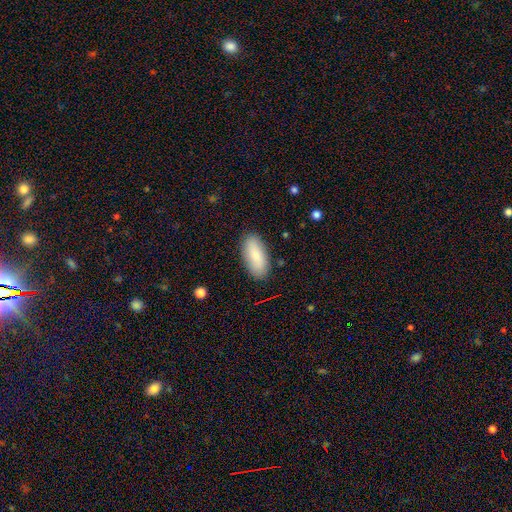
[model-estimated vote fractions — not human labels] Morphology: type=smooth (82%); roundness=in between (87%); merging=none (85%).